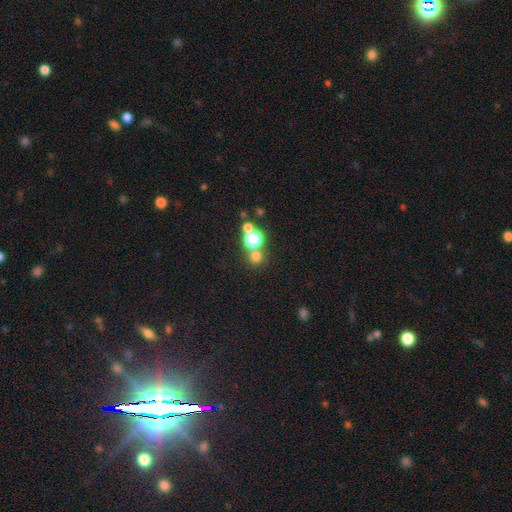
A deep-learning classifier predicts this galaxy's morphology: Q: Smooth or featured?
A: smooth (66%); runner-up: star or artifact (26%)
Q: How rounded?
A: round (90%); runner-up: in between (9%)
Q: Merging?
A: none (67%); runner-up: merger (22%)